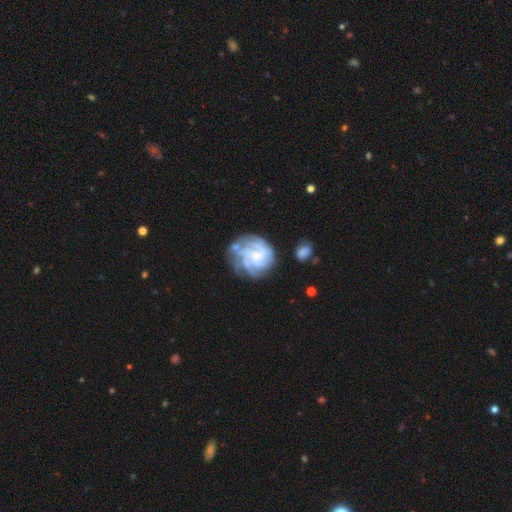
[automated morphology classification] featured or disk 79%, smooth 14%, star or artifact 7%. Down the decision tree: edge-on disk — no (98%); bar — no (62%); spiral arms — yes (93%); spiral arm count — 4 (31%); spiral winding — tight (55%); bulge size — small (54%); merging — none (62%).